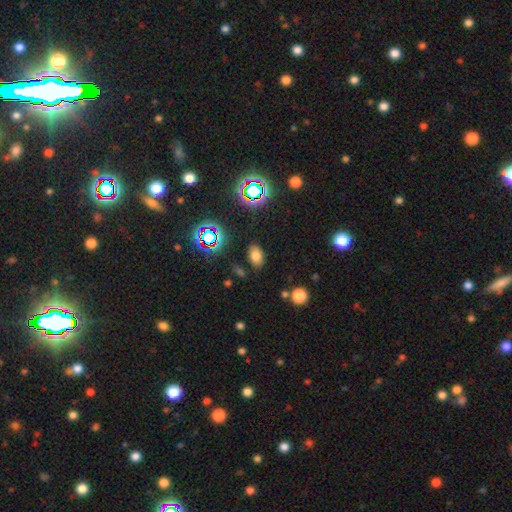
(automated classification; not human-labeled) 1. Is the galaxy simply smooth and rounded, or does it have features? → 72% smooth, 20% star or artifact, 8% featured or disk.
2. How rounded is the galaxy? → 86% in between, 13% round, 2% cigar-shaped.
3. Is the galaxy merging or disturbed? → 83% none, 11% minor disturbance, 3% major disturbance, 3% merger.